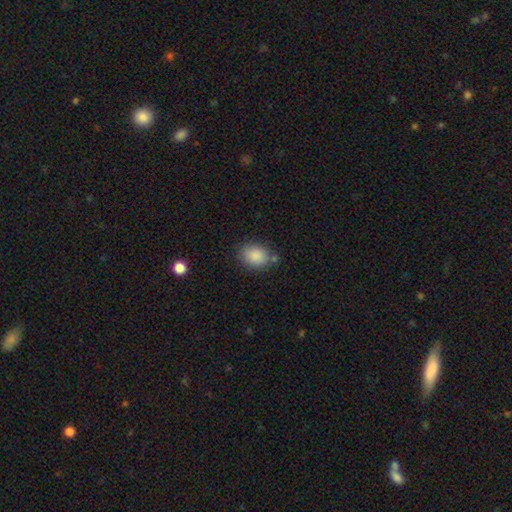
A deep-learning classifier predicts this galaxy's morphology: This is clearly a smooth galaxy (88%). How rounded: likely in between (65%). Merging: likely none (76%).